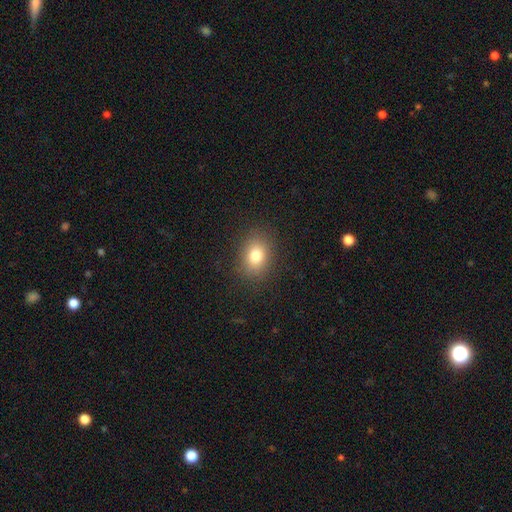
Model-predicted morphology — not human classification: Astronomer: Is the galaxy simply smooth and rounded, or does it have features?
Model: smooth — 79%.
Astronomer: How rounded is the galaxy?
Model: in between — 58% (runner-up: round, 41%).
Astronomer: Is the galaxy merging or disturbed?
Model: none — 87%.